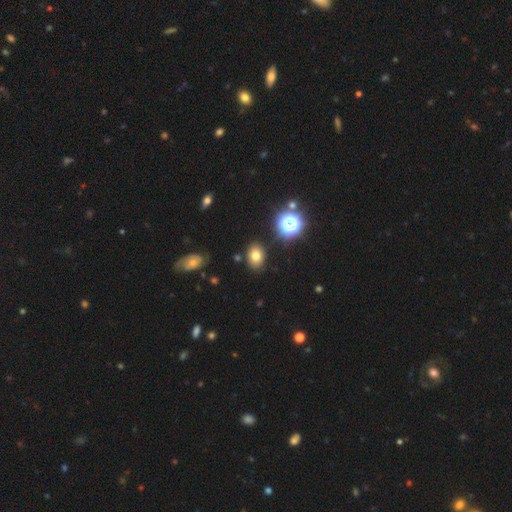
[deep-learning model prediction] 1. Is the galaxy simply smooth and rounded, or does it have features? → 74% smooth, 16% star or artifact, 11% featured or disk.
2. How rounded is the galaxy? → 67% in between, 32% round, 1% cigar-shaped.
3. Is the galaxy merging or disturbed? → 84% none, 10% minor disturbance, 3% major disturbance, 3% merger.